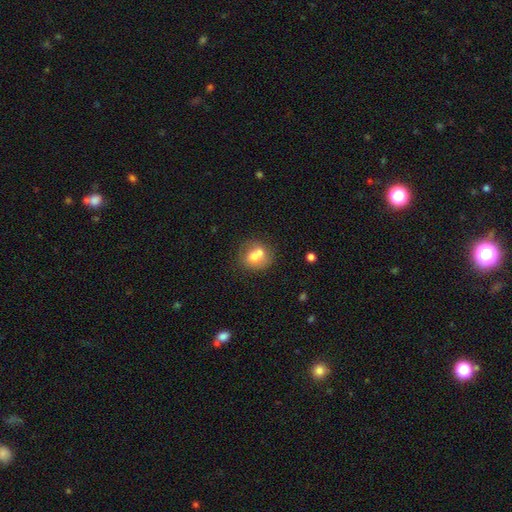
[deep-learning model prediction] smooth 65%, featured or disk 26%, star or artifact 9%. Down the decision tree: how rounded — round (69%); merging — merger (51%).